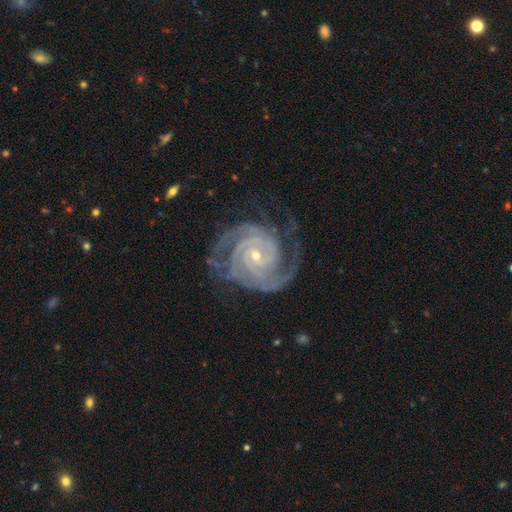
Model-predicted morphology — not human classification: This is clearly a featured or disk galaxy (93%). It is clearly not viewed edge-on (98%). Bar: possibly no (53%). Spiral arm pattern: clearly yes (99%). Spiral arm count: marginally 2 (33%). Spiral winding: likely tight (78%). Central bulge: likely small (75%). Merging: likely none (72%).